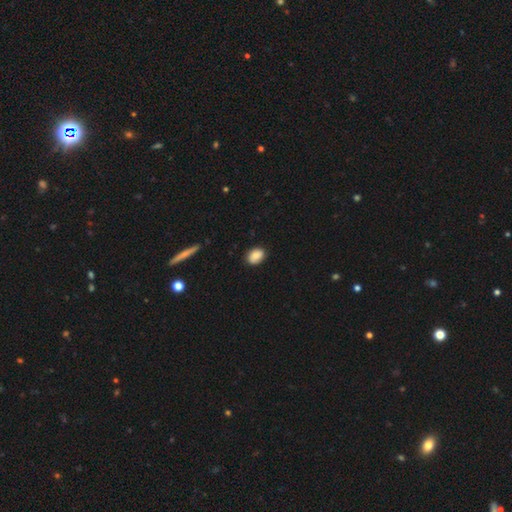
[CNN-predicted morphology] smooth_or_featured: smooth (p=0.84) [alt: featured or disk p=0.08]
how_rounded: in between (p=0.67) [alt: round p=0.32]
merging: none (p=0.84) [alt: minor disturbance p=0.13]